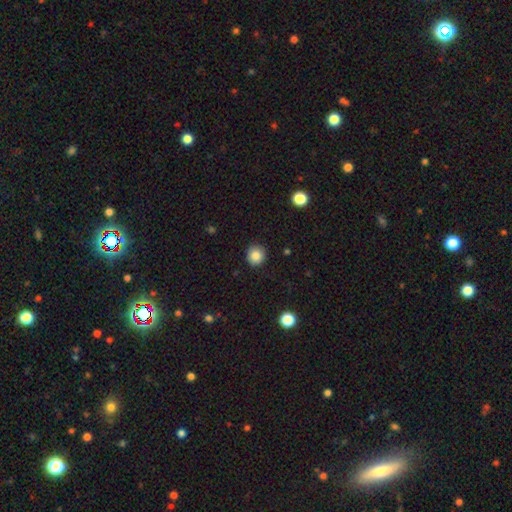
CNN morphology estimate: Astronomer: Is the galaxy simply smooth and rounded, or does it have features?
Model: smooth — 86%.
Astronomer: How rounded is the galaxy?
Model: round — 88%.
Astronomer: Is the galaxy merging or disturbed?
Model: none — 89%.